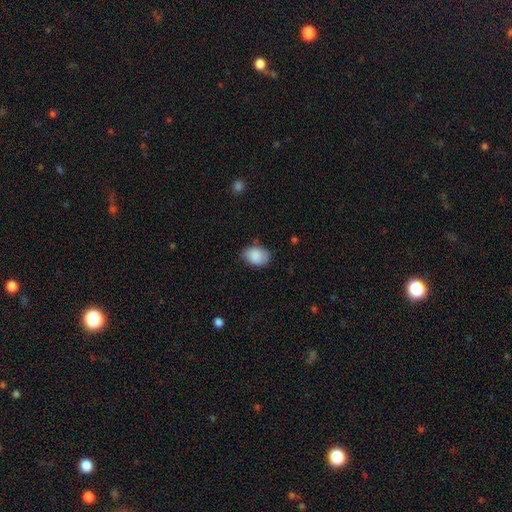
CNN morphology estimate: Smooth or featured? smooth (87%)
How rounded? in between (74%)
Merging? none (72%)